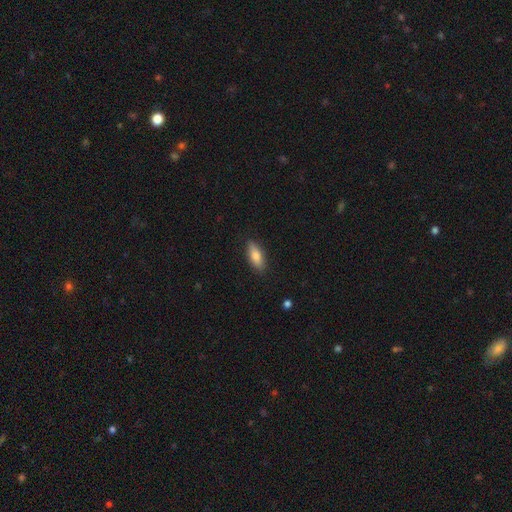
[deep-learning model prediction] smooth-or-featured: smooth: 82% | featured or disk: 12% | star or artifact: 6%
  how-rounded: in between: 73% | cigar-shaped: 25% | round: 2%
  merging: none: 87% | minor disturbance: 10% | major disturbance: 2% | merger: 1%